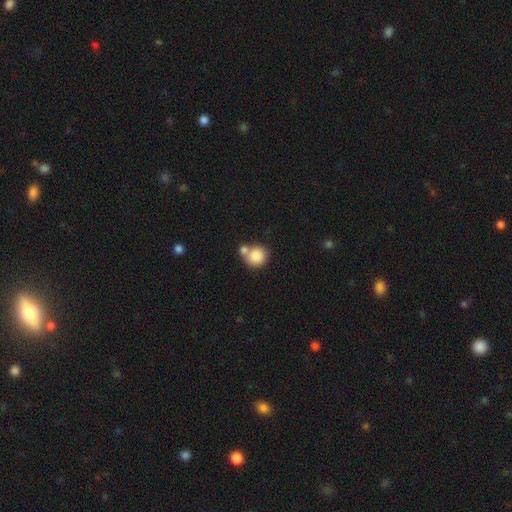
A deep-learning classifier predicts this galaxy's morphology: type=smooth (82%); roundness=round (89%); merging=none (50%).